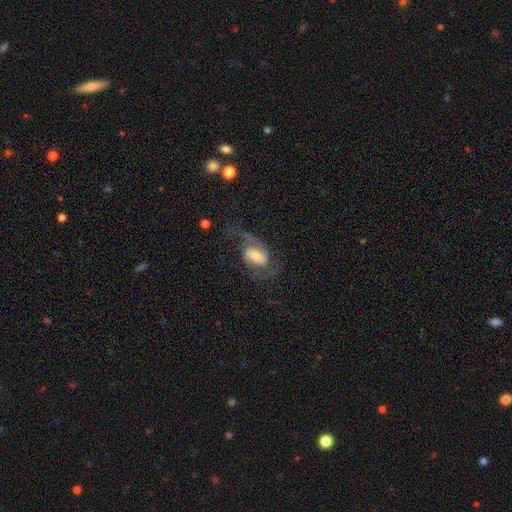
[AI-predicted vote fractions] This is likely a featured or disk galaxy (75%). It is clearly not viewed edge-on (96%). Bar: possibly weak (47%). Spiral arm pattern: clearly yes (92%). Spiral arm count: clearly 2 (82%). Spiral winding: possibly medium (45%). Central bulge: marginally moderate (44%). Merging: possibly none (52%).